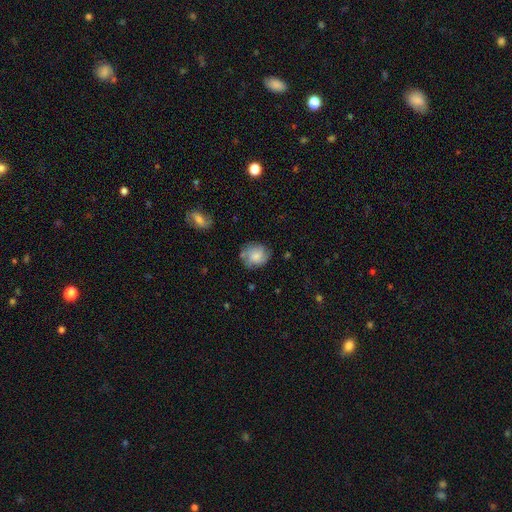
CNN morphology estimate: This is possibly a smooth galaxy (53%). How rounded: likely round (69%). Merging: likely none (66%).